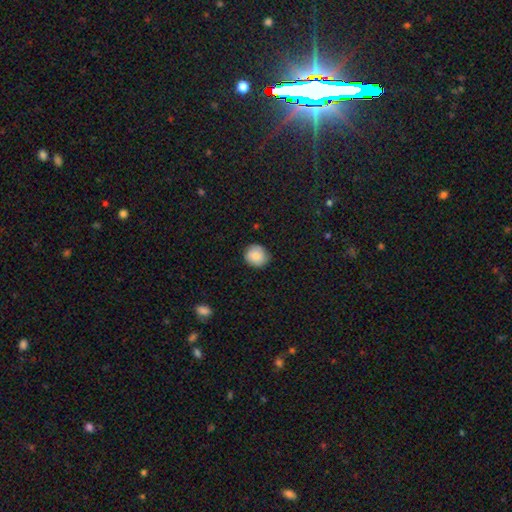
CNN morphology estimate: A smooth galaxy with no disk features (85%) that is round (90%). Merging: none (82%).